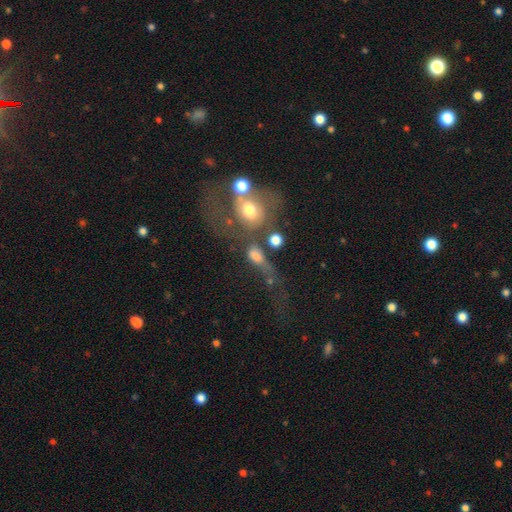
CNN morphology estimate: Q: Smooth or featured?
A: smooth (51%); runner-up: featured or disk (35%)
Q: How rounded?
A: in between (60%); runner-up: round (32%)
Q: Merging?
A: merger (41%); runner-up: major disturbance (26%)